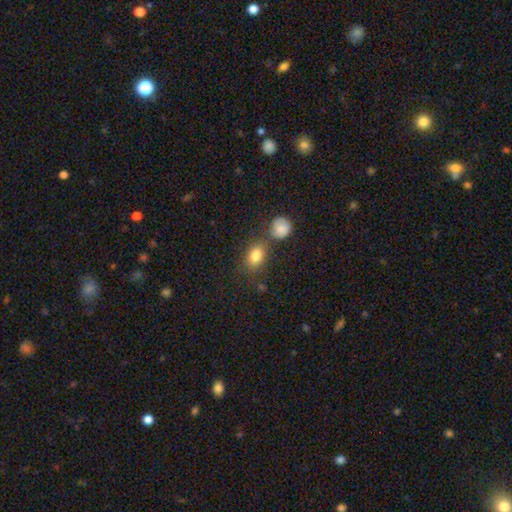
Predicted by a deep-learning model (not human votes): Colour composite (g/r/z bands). It shows a smooth galaxy with no disk features (82%) that is in between round and cigar-shaped (69%). Merging: none (62%).